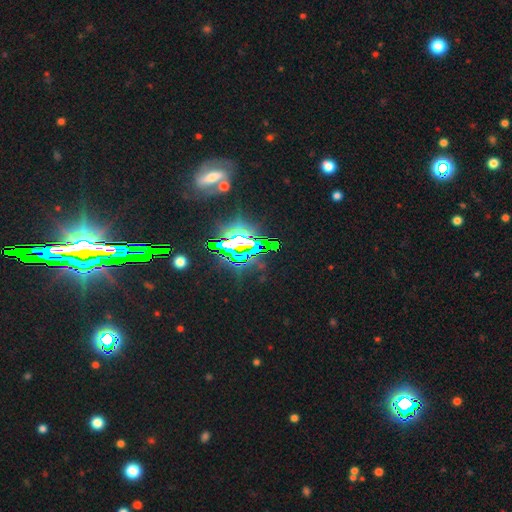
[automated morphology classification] A star or artifact, not a galaxy (82%).

Vote fractions:
- Smooth or featured? star or artifact: 82% / featured or disk: 10% / smooth: 8%